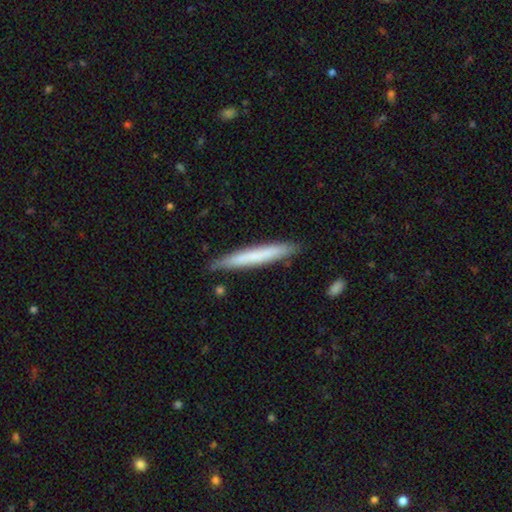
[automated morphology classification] smooth-or-featured: smooth: 65% | featured or disk: 29% | star or artifact: 6%
  how-rounded: cigar-shaped: 96% | in between: 3% | round: 1%
  merging: none: 88% | minor disturbance: 9% | major disturbance: 1% | merger: 1%